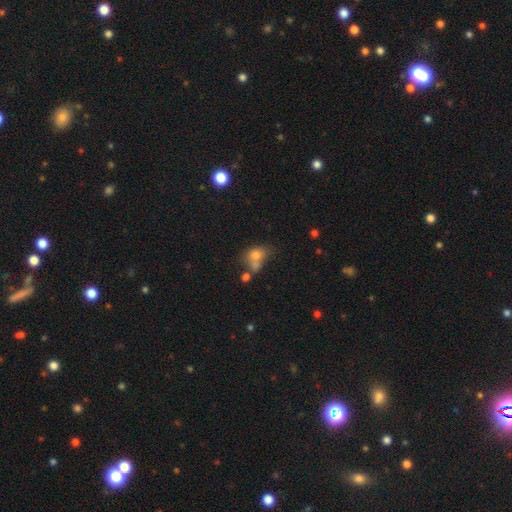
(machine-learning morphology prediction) Q: Smooth or featured?
A: smooth (71%); runner-up: featured or disk (16%)
Q: How rounded?
A: in between (60%); runner-up: round (38%)
Q: Merging?
A: merger (40%); runner-up: none (28%)